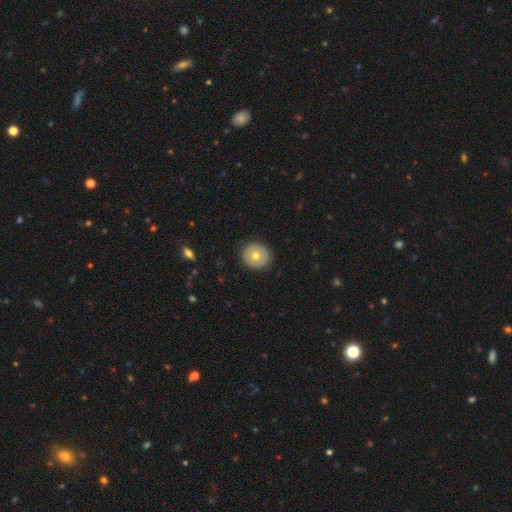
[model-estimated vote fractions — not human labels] A smooth galaxy with no disk features (61%) that is round (91%).

Vote fractions:
- Smooth or featured? smooth: 61% / featured or disk: 32% / star or artifact: 7%
- How rounded? round: 91% / in between: 8% / cigar-shaped: 1%
- Merging? none: 89% / minor disturbance: 8% / major disturbance: 2% / merger: 1%